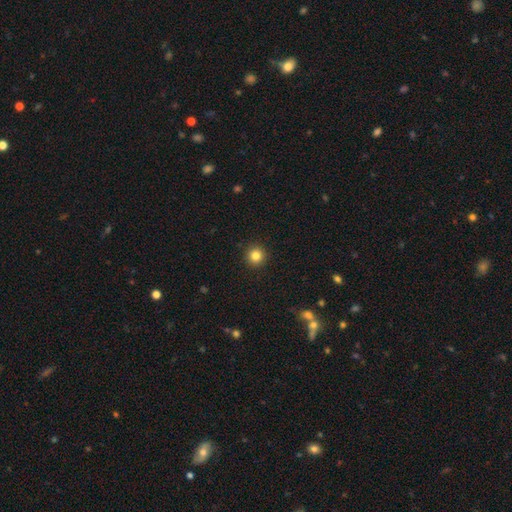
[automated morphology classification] Smooth or featured? smooth (83%)
How rounded? round (95%)
Merging? none (93%)